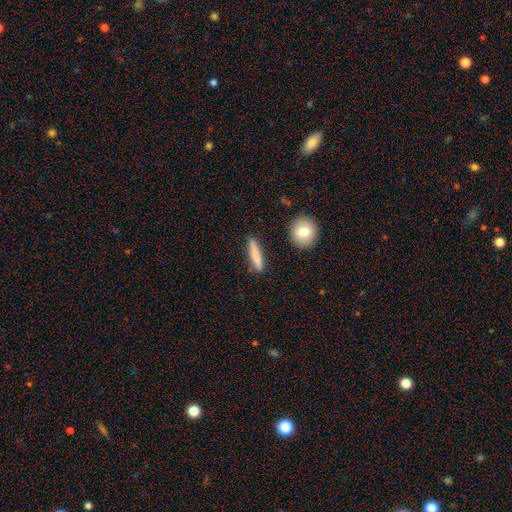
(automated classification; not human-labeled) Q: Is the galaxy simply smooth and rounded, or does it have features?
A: smooth — 80%.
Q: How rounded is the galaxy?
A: cigar-shaped — 87%.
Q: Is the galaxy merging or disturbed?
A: none — 87%.